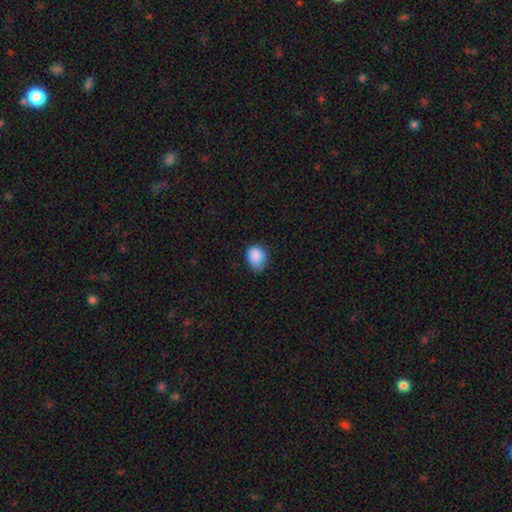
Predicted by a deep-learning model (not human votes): Smooth or featured: smooth — 87% (star or artifact — 8%)
How rounded: in between — 51% (round — 48%)
Merging: none — 55% (minor disturbance — 36%)